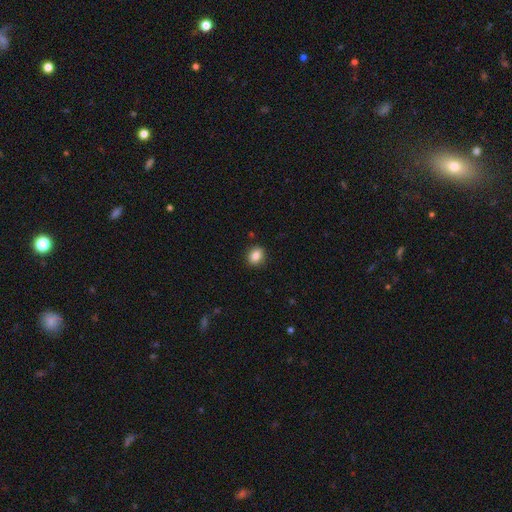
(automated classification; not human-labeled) Morphology: type=smooth (85%); roundness=round (53%); merging=none (90%).